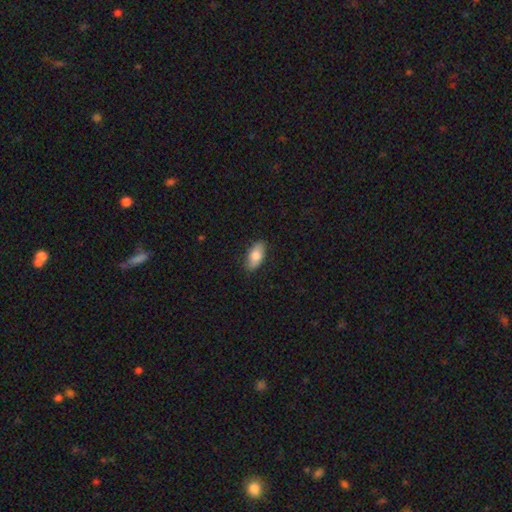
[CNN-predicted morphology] This is likely a smooth galaxy (77%). How rounded: clearly in between (90%). Merging: clearly none (87%).